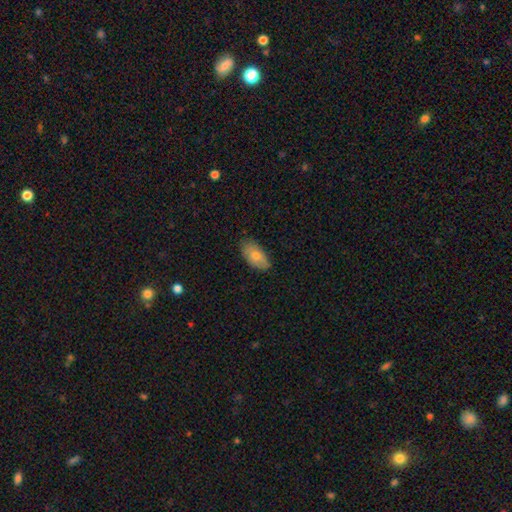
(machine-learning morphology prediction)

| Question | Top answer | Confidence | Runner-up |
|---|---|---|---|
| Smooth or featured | smooth | 71% | featured or disk (22%) |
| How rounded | in between | 93% | round (4%) |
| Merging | none | 79% | minor disturbance (17%) |